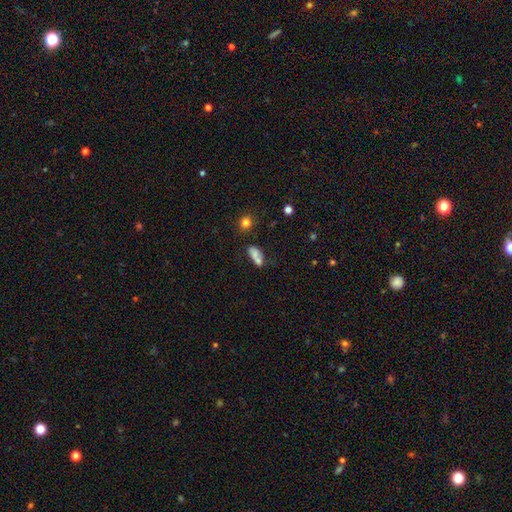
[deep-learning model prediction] Smooth or featured: smooth — 70% (featured or disk — 18%)
How rounded: in between — 78% (cigar-shaped — 11%)
Merging: merger — 41% (none — 34%)